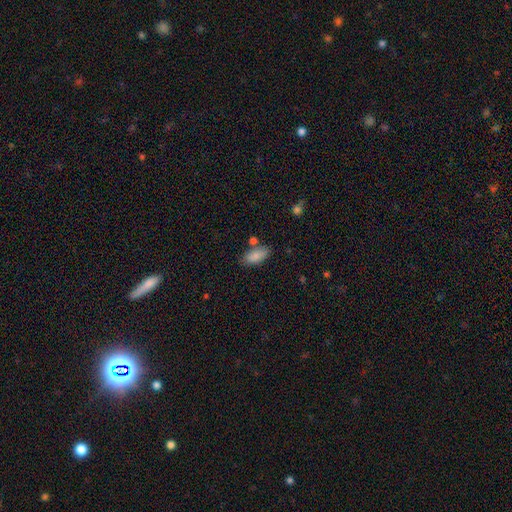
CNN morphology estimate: The model was most divided on "merging": none: 74%, minor disturbance: 14%, merger: 8%, major disturbance: 4%. More confident: how rounded — in between (86%); smooth or featured — smooth (85%).